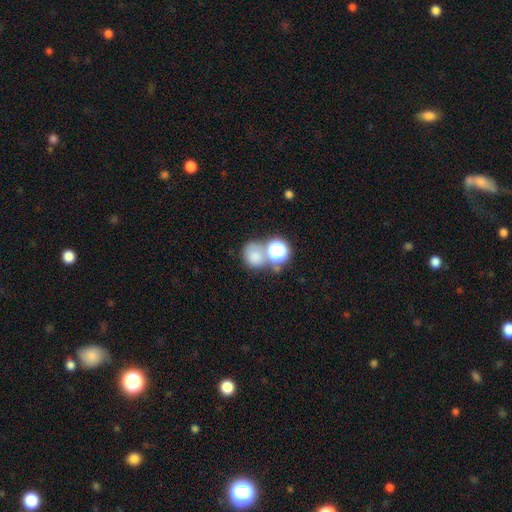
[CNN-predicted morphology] Smooth or featured? smooth (71%)
How rounded? round (65%)
Merging? none (41%)